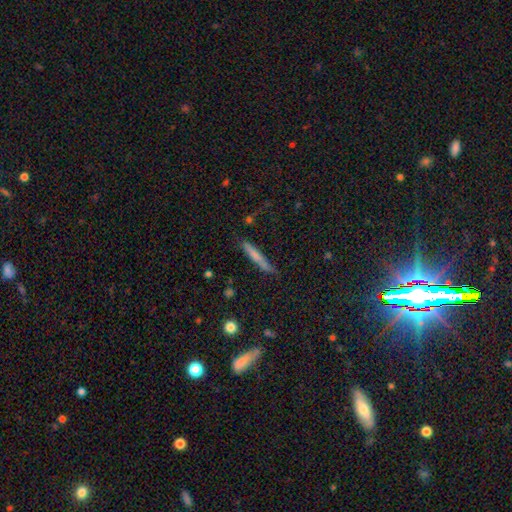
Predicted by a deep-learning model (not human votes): A smooth galaxy with no disk features (62%) that is cigar-shaped (95%).

Vote fractions:
- Smooth or featured? smooth: 62% / featured or disk: 31% / star or artifact: 7%
- How rounded? cigar-shaped: 95% / in between: 4% / round: 2%
- Merging? none: 82% / minor disturbance: 14% / major disturbance: 3% / merger: 2%